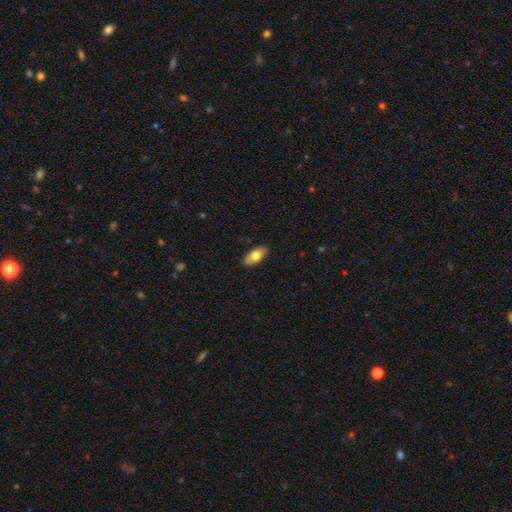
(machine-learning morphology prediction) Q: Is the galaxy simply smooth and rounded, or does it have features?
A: smooth — 75%.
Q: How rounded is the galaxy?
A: in between — 90%.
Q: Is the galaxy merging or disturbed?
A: none — 89%.